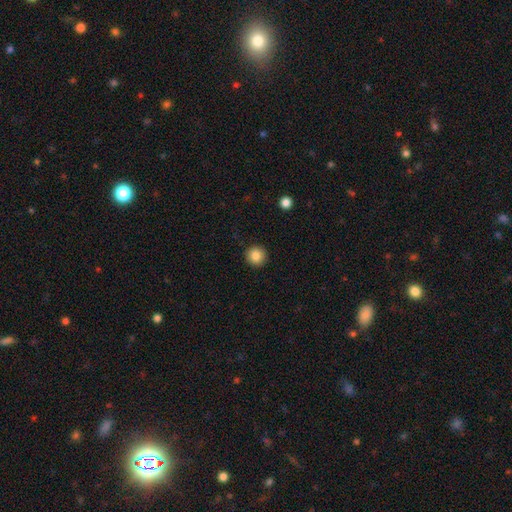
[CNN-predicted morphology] A smooth galaxy with no disk features (85%) that is round (95%). Merging: none (92%).